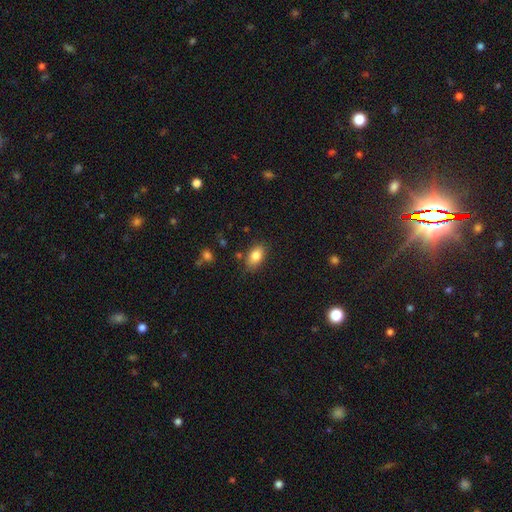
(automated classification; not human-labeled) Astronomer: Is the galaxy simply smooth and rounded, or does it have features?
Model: smooth — 82%.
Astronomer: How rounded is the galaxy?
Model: in between — 88%.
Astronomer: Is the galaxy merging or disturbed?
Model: none — 80%.